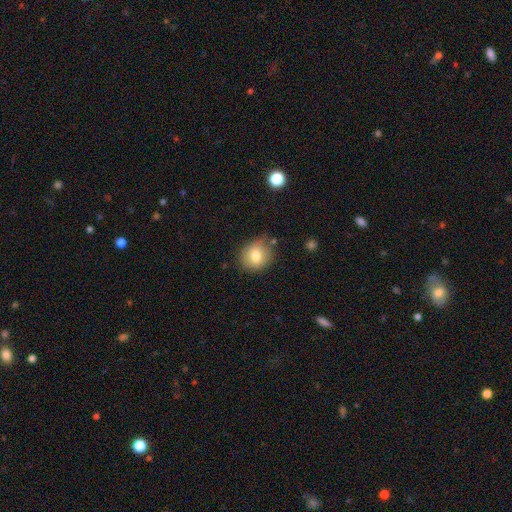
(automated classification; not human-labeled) Q: Smooth or featured?
A: smooth (79%); runner-up: featured or disk (12%)
Q: How rounded?
A: round (72%); runner-up: in between (27%)
Q: Merging?
A: none (73%); runner-up: minor disturbance (20%)